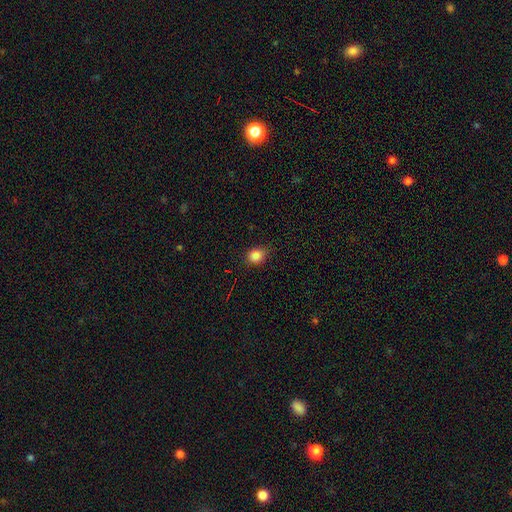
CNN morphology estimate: A smooth galaxy with no disk features (85%) that is round (68%).

Vote fractions:
- Smooth or featured? smooth: 85% / star or artifact: 11% / featured or disk: 4%
- How rounded? round: 68% / in between: 31% / cigar-shaped: 1%
- Merging? none: 77% / minor disturbance: 18% / major disturbance: 4% / merger: 1%